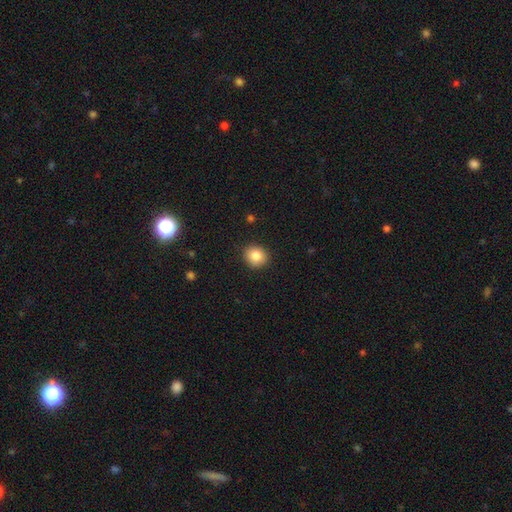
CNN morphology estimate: Smooth or featured? smooth (84%)
How rounded? round (79%)
Merging? none (90%)